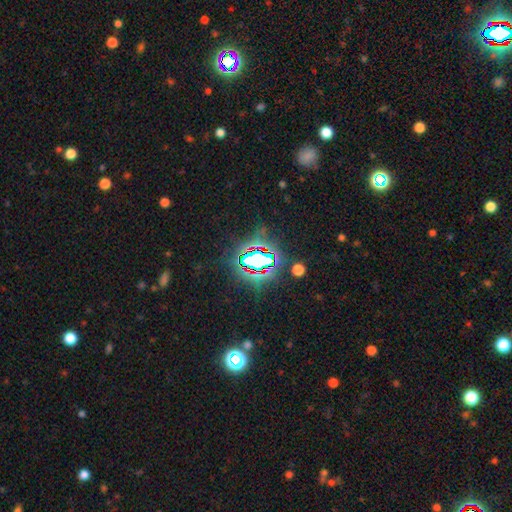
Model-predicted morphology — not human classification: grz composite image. It shows a star or artifact, not a galaxy (81%).